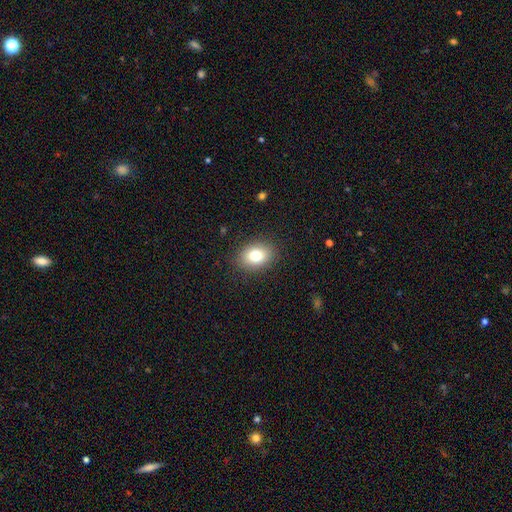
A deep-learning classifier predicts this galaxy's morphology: smooth 78%, featured or disk 11%, star or artifact 11%. Down the decision tree: how rounded — in between (69%); merging — none (87%).